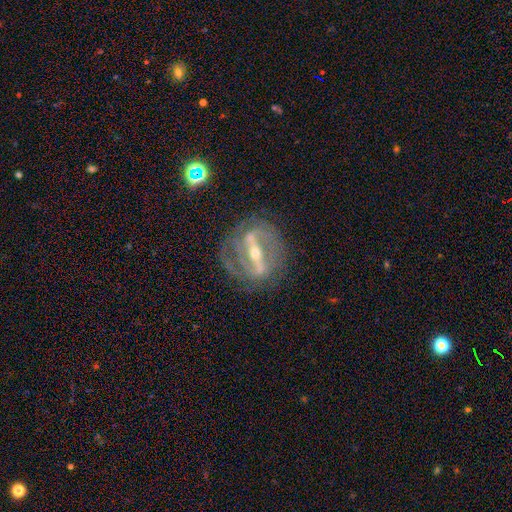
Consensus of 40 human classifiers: smooth-or-featured: featured or disk: 85% | smooth: 10% | star or artifact: 5%
  disk-edge-on: no: 91% | yes: 9%
    bar: strong: 65% | weak: 23% | no: 13%
    has-spiral-arms: yes: 87% | no: 13%
      spiral-winding: tight: 48% | loose: 37% | medium: 15%
      spiral-arm-count: 2: 44% | can't tell: 41% | 3: 7% | 1: 4% | 4: 4% | more than 4: 0%
    bulge-size: moderate: 48% | small: 45% | large: 3% | none: 3% | dominant: 0%
  merging: none: 82% | minor disturbance: 11% | major disturbance: 8% | merger: 0%